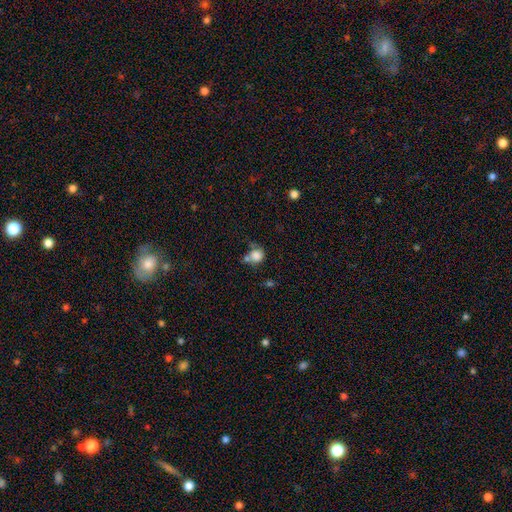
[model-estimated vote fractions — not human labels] smooth 81%, star or artifact 11%, featured or disk 9%. Down the decision tree: how rounded — round (78%); merging — none (42%).